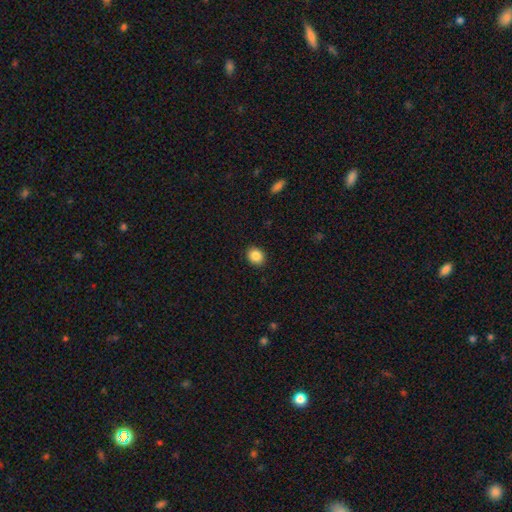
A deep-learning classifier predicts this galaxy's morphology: Smooth or featured?
  - smooth: 87% *
  - star or artifact: 9%
  - featured or disk: 4%
How rounded?
  - round: 61% *
  - in between: 38%
  - cigar-shaped: 1%
Merging?
  - none: 91% *
  - minor disturbance: 6%
  - major disturbance: 2%
  - merger: 1%